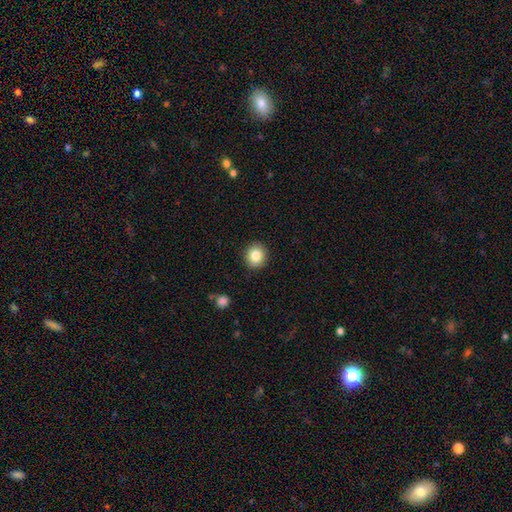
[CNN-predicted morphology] Smooth or featured?
  - smooth: 84% *
  - star or artifact: 9%
  - featured or disk: 7%
How rounded?
  - round: 88% *
  - in between: 11%
  - cigar-shaped: 1%
Merging?
  - none: 91% *
  - minor disturbance: 6%
  - major disturbance: 2%
  - merger: 1%